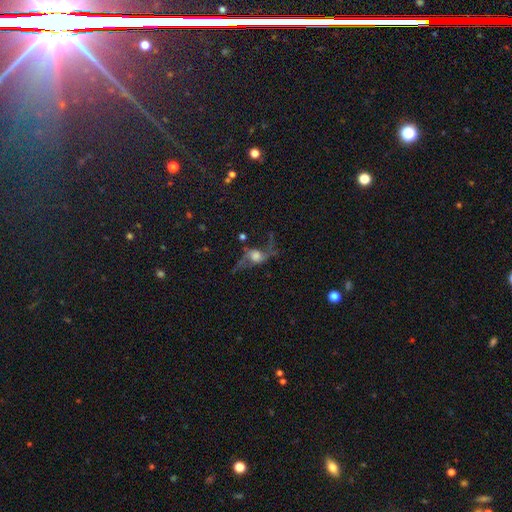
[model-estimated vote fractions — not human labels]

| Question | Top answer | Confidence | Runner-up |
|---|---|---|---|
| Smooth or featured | featured or disk | 73% | smooth (16%) |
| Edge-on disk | no | 82% | yes (18%) |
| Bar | no | 62% | weak (28%) |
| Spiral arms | yes | 87% | no (13%) |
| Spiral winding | loose | 90% | medium (8%) |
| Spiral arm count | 2 | 91% | 1 (3%) |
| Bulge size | large | 36% | moderate (32%) |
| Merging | none | 52% | major disturbance (27%) |